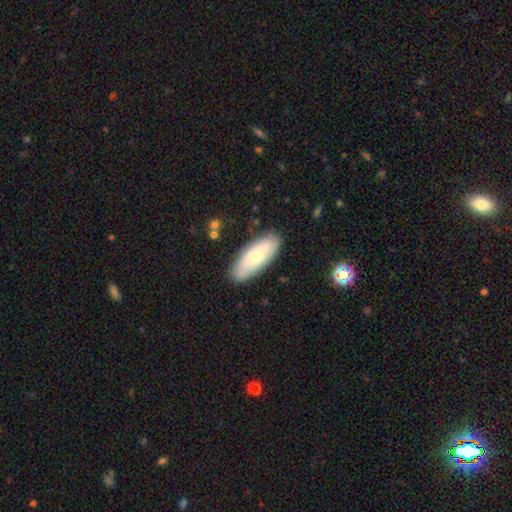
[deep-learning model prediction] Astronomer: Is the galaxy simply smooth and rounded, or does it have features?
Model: smooth — 71%.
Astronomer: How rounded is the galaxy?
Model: in between — 70%.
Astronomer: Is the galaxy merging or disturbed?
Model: none — 84%.